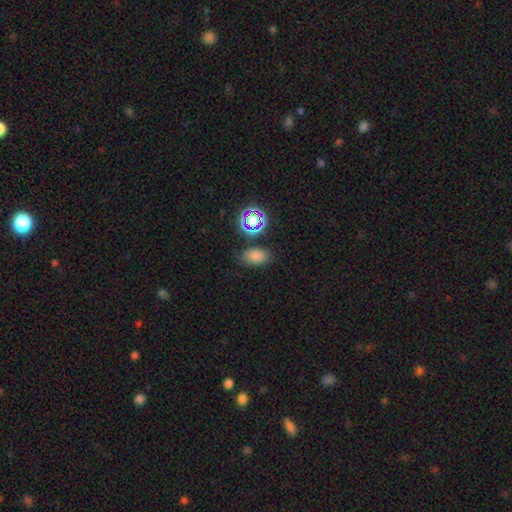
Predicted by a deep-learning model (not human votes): This is likely a smooth galaxy (73%). How rounded: clearly in between (86%). Merging: likely none (79%).